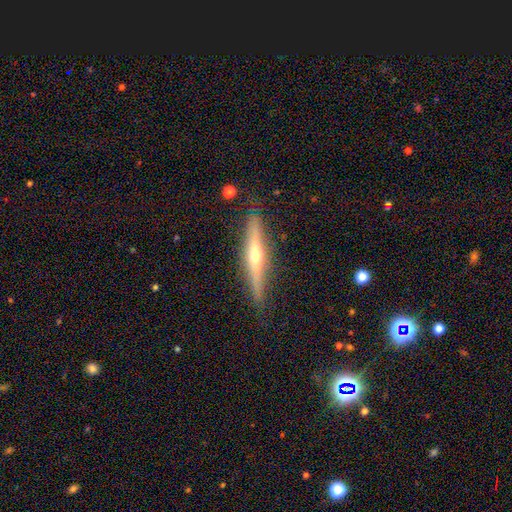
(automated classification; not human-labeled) Overall: featured or disk (71%). Edge-on disk: yes (96%). Edge-on bulge: rounded (87%). Merging: none (87%).